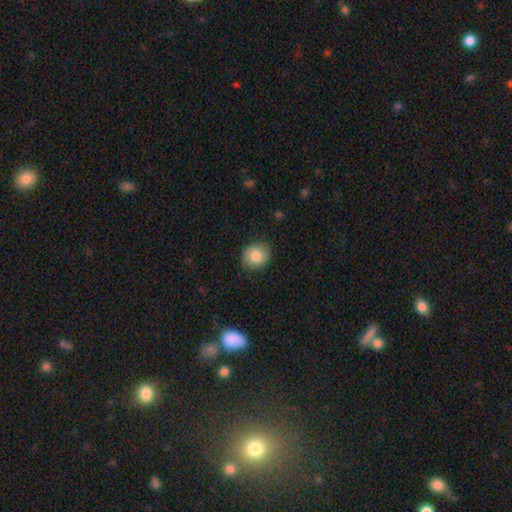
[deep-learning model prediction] This appears to be a smooth galaxy with no disk features (81%) that is round (74%). Merging: none (83%).